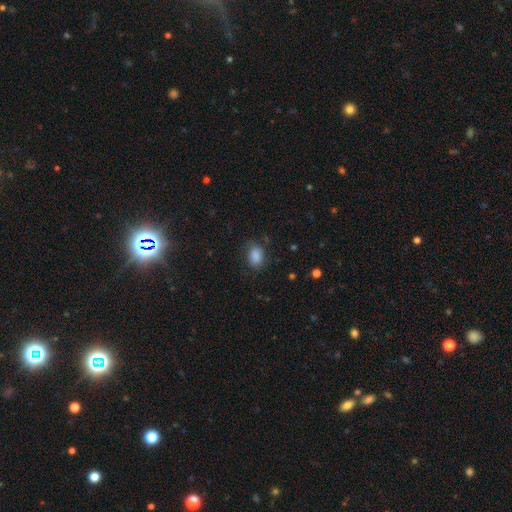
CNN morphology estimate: This appears to be a smooth galaxy with no disk features (86%) that is in between round and cigar-shaped (75%). Merging: none (76%).